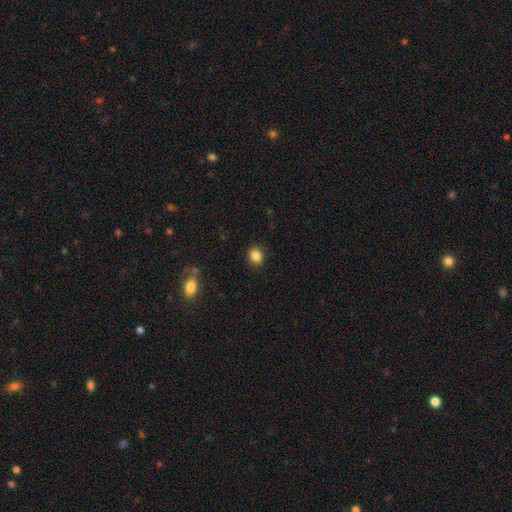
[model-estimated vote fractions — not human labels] The model was most divided on "how rounded": round: 63%, in between: 36%, cigar-shaped: 1%. More confident: merging — none (89%); smooth or featured — smooth (86%).